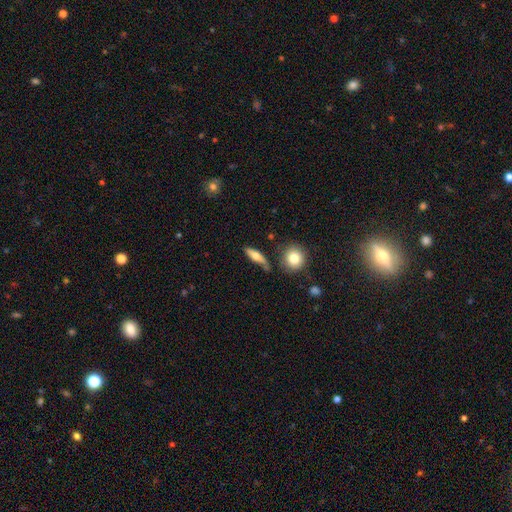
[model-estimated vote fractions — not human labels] smooth_or_featured: smooth (p=0.57) [alt: featured or disk p=0.36]
how_rounded: cigar-shaped (p=0.54) [alt: in between p=0.40]
merging: none (p=0.74) [alt: minor disturbance p=0.15]